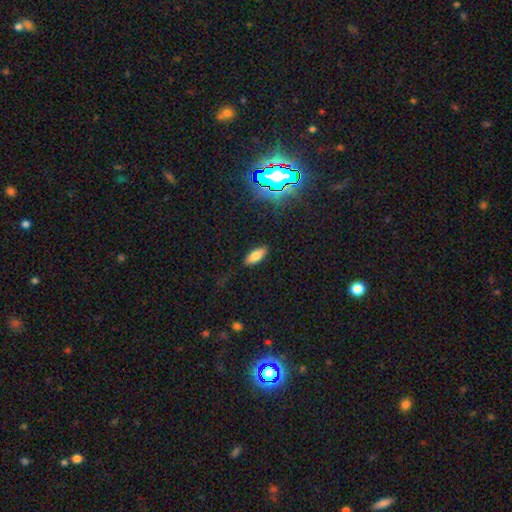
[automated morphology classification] Smooth or featured: smooth — 76% (featured or disk — 12%)
How rounded: in between — 78% (cigar-shaped — 20%)
Merging: none — 86% (minor disturbance — 10%)